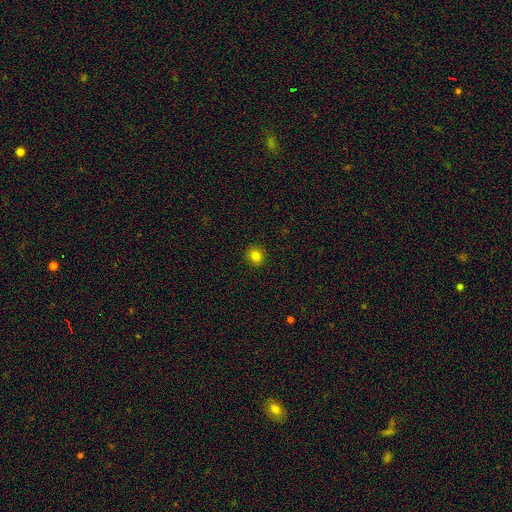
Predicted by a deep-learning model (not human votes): The model was most divided on "smooth or featured": smooth: 81%, star or artifact: 12%, featured or disk: 7%. More confident: merging — none (92%); how rounded — round (84%).